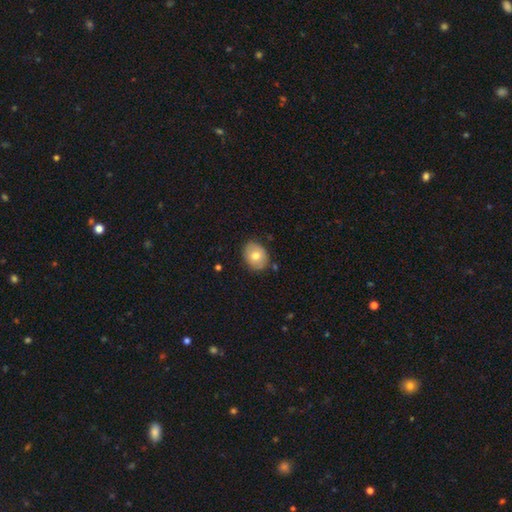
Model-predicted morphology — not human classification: Smooth or featured? Predicted: smooth (p=0.75). How rounded? Predicted: in between (p=0.62). Merging? Predicted: none (p=0.84).